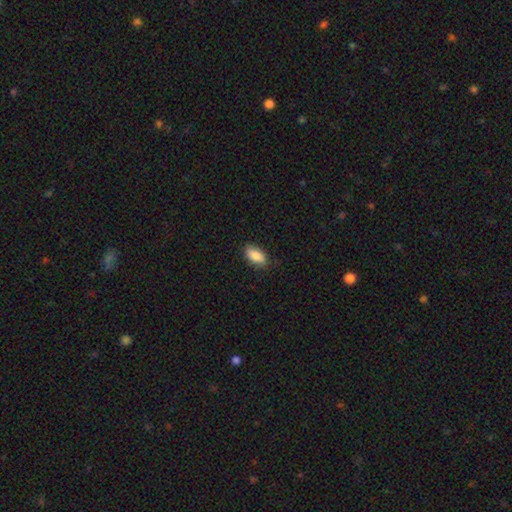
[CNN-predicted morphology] Q: Smooth or featured?
A: smooth (86%); runner-up: featured or disk (7%)
Q: How rounded?
A: in between (91%); runner-up: cigar-shaped (5%)
Q: Merging?
A: none (85%); runner-up: minor disturbance (12%)